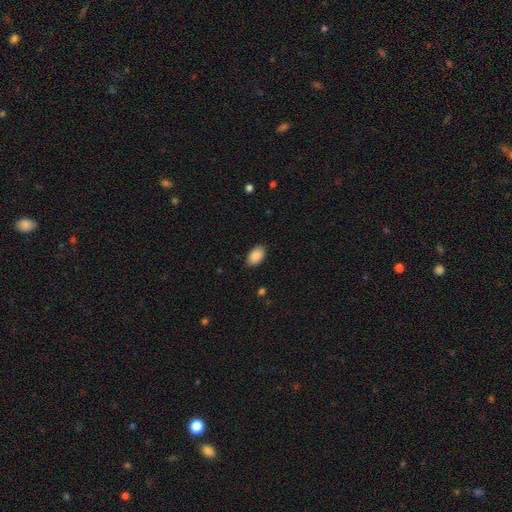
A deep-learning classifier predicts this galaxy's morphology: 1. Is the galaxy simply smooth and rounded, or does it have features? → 90% smooth, 7% star or artifact, 3% featured or disk.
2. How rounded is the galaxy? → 92% in between, 7% round, 1% cigar-shaped.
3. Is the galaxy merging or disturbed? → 88% none, 9% minor disturbance, 2% major disturbance, 1% merger.